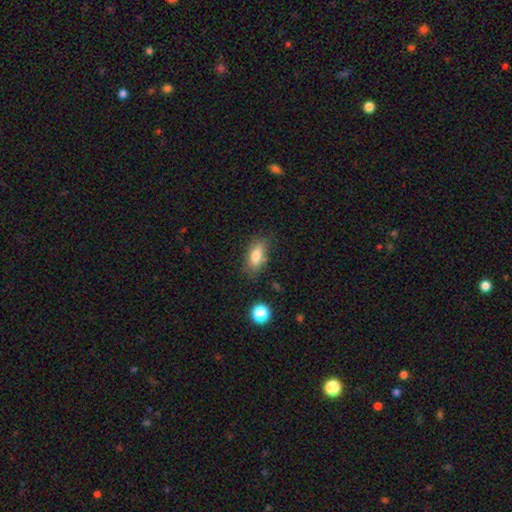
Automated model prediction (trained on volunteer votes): Smooth or featured? smooth (77%)
How rounded? in between (81%)
Merging? none (73%)